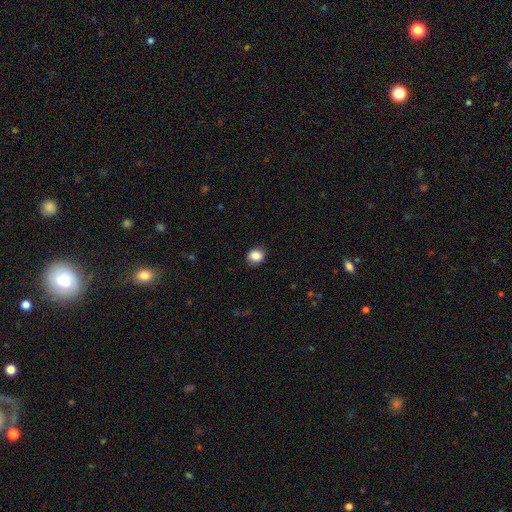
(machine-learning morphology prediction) Overall: smooth (87%). How rounded: round (68%; in between 31%). Merging: none (86%).